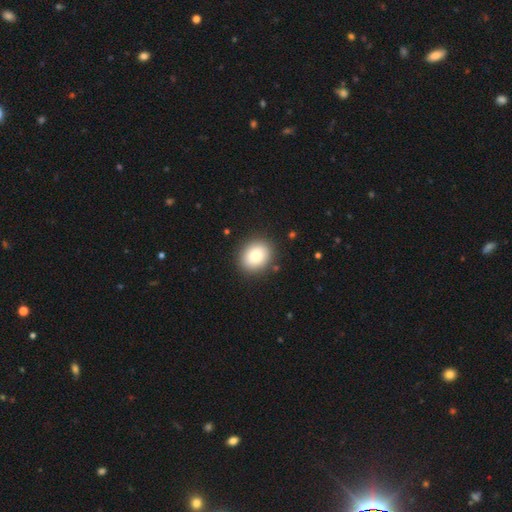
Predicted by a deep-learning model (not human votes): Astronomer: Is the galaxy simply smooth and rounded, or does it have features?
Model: smooth — 84%.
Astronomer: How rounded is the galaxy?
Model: round — 54% (runner-up: in between, 46%).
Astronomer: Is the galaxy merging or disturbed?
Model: none — 88%.